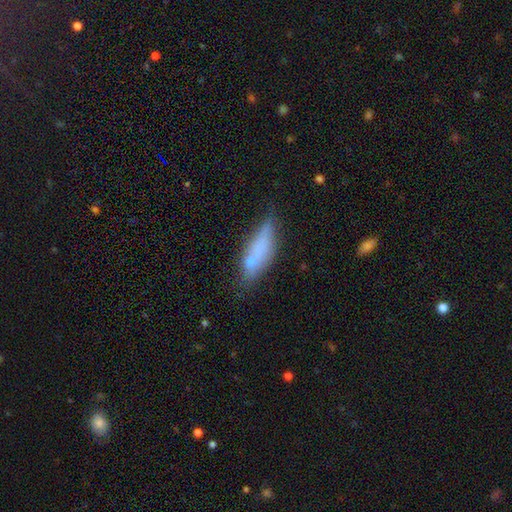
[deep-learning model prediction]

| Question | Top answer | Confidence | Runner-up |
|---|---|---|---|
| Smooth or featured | smooth | 64% | featured or disk (25%) |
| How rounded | cigar-shaped | 56% | in between (42%) |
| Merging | none | 57% | minor disturbance (27%) |